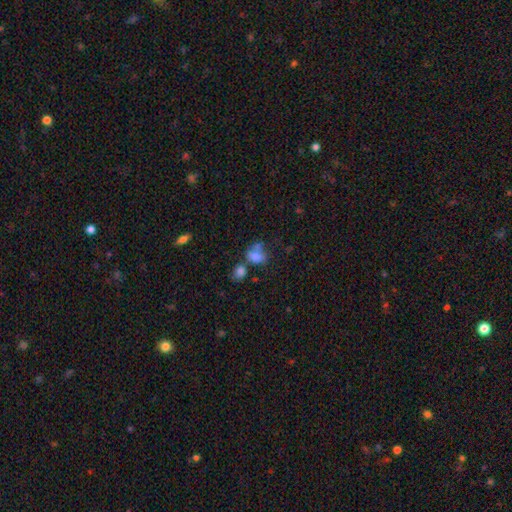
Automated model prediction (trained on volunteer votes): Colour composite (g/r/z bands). It shows a smooth galaxy with no disk features (73%) that is in between round and cigar-shaped (73%). Merging: merger (40%).